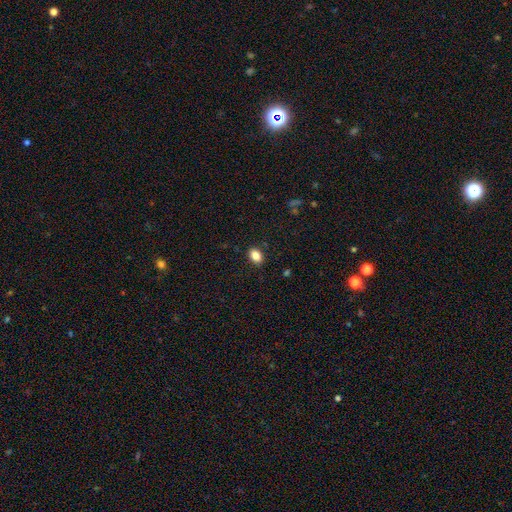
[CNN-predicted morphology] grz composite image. It shows a smooth galaxy with no disk features (84%) that is in between round and cigar-shaped (80%). Merging: none (88%).